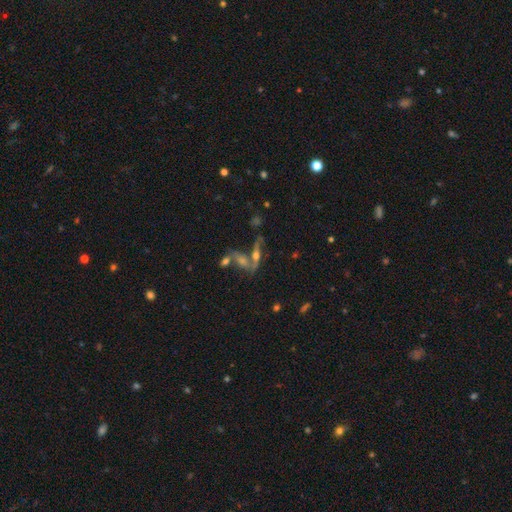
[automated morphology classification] This is possibly a featured or disk galaxy (59%). It is possibly viewed edge-on (59%). Merging: marginally merger (40%).